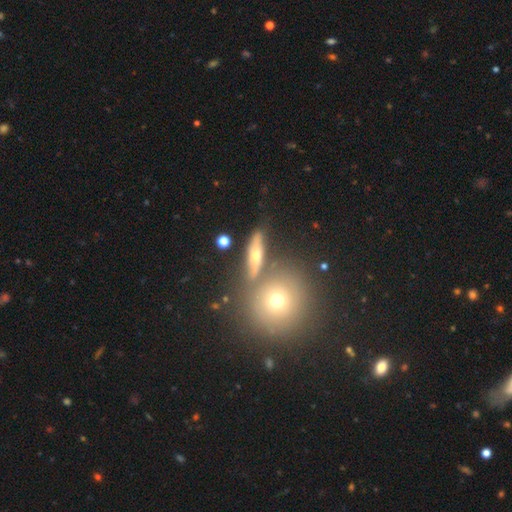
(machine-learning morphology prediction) Smooth or featured? smooth (51%)
How rounded? in between (42%)
Merging? none (68%)